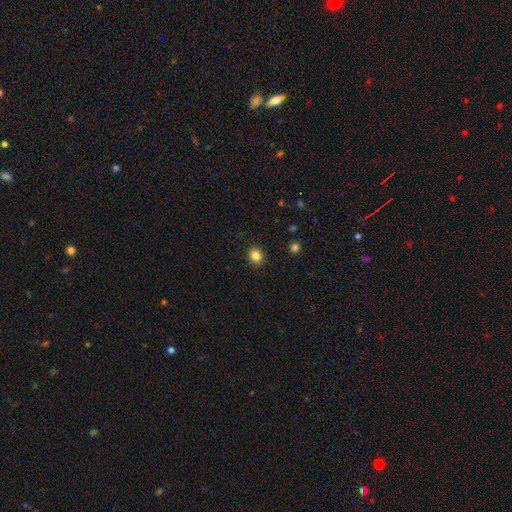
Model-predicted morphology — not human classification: type=smooth (84%); roundness=round (72%); merging=none (90%).